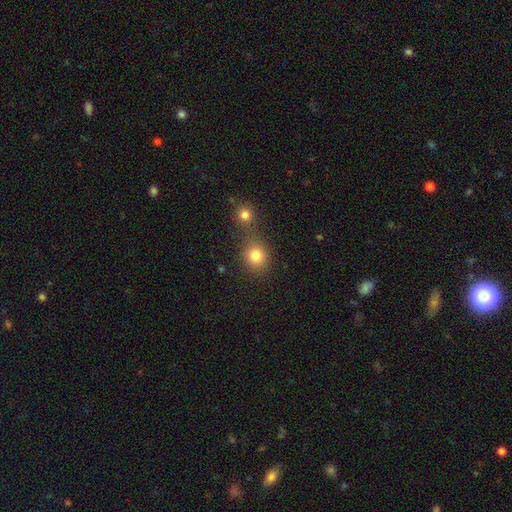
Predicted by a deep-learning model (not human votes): The model was most divided on "merging": none: 53%, merger: 34%, minor disturbance: 9%, major disturbance: 4%. More confident: smooth or featured — smooth (81%); how rounded — round (81%).